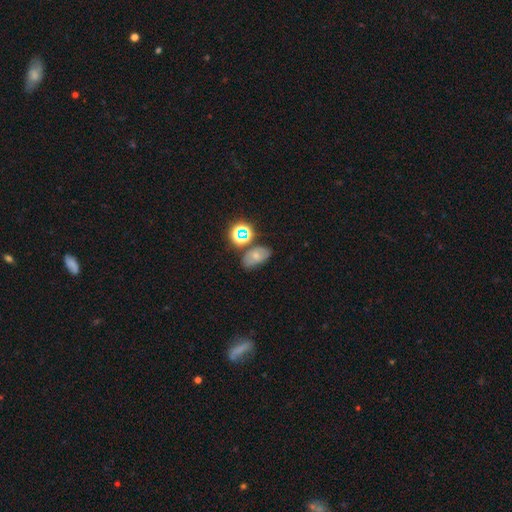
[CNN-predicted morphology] Smooth or featured? Predicted: smooth (p=0.55). How rounded? Predicted: in between (p=0.83). Merging? Predicted: none (p=0.63).